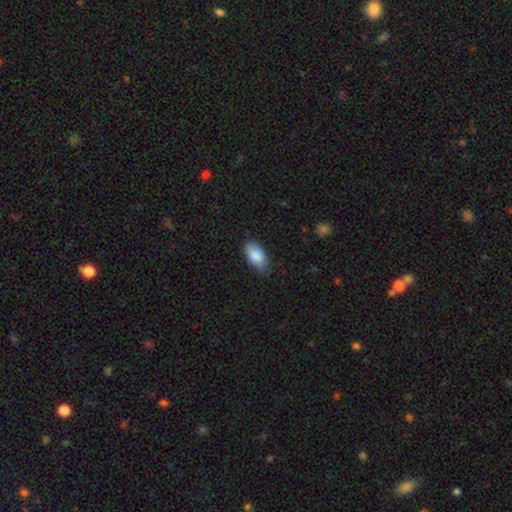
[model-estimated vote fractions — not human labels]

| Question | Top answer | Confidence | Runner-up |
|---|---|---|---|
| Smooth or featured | smooth | 88% | featured or disk (6%) |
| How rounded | in between | 93% | cigar-shaped (4%) |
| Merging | none | 77% | minor disturbance (19%) |